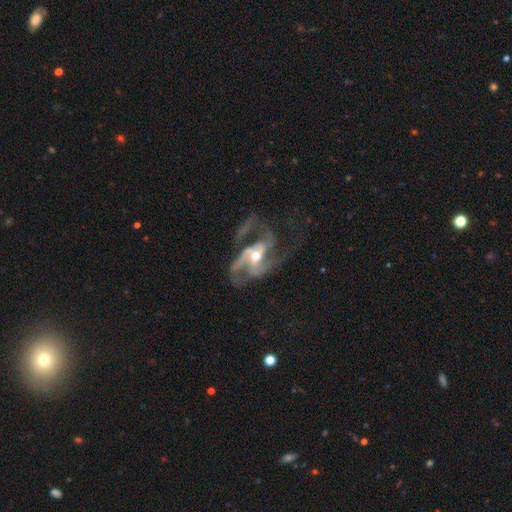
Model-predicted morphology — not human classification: Overall: featured or disk (86%). Edge-on disk: no (97%). Bar: no (47%; weak 34%). Spiral arms: yes (92%). Spiral arm count: 3 (46%; 2 26%). Spiral winding: medium (46%; loose 39%). Bulge size: moderate (70%). Merging: major disturbance (45%; none 32%).